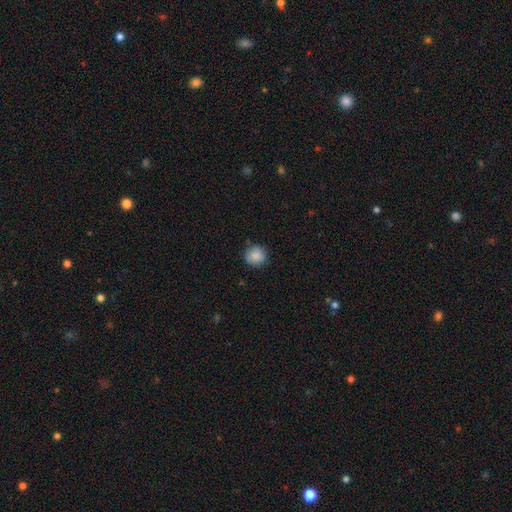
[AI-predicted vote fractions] Smooth or featured? smooth (85%)
How rounded? round (91%)
Merging? none (83%)